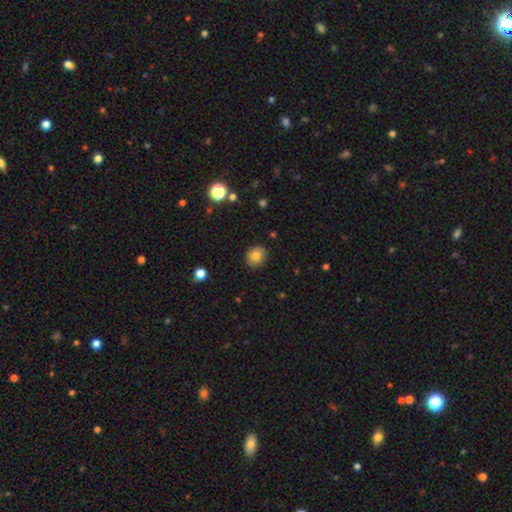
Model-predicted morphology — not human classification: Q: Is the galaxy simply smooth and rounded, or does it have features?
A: smooth — 82%.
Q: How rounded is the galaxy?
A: round — 75%.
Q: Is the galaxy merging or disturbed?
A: none — 89%.